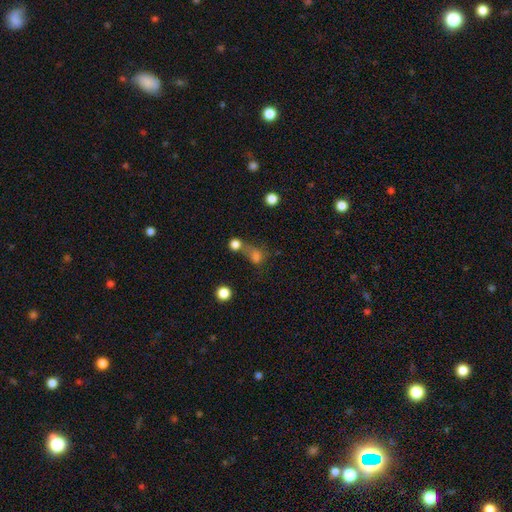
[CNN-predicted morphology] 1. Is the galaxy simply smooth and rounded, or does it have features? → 61% smooth, 24% star or artifact, 15% featured or disk.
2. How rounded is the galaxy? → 56% round, 40% in between, 4% cigar-shaped.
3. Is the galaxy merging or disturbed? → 36% merger, 32% none, 18% major disturbance, 13% minor disturbance.